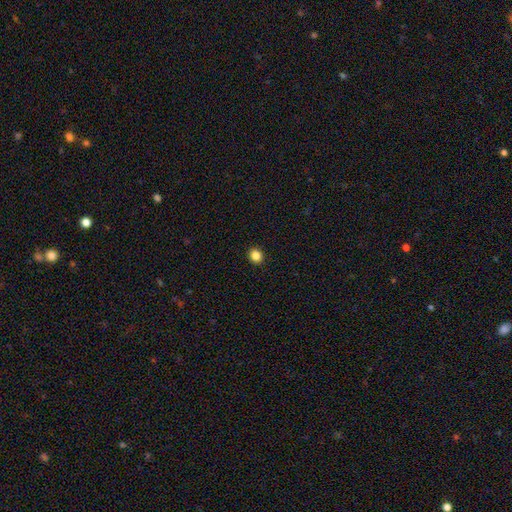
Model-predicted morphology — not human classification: Overall: smooth (84%). How rounded: round (85%). Merging: none (93%).